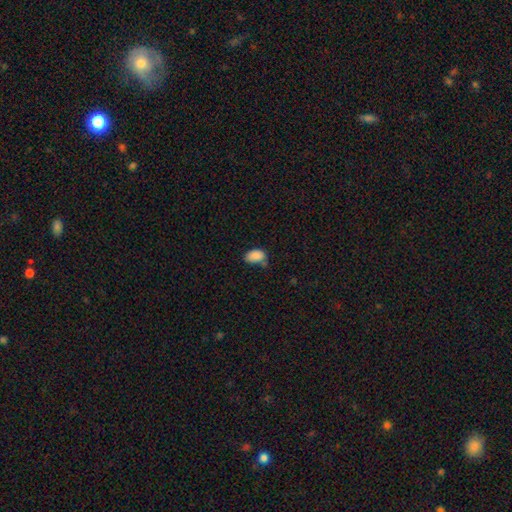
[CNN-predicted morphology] type=smooth (87%); roundness=in between (89%); merging=none (54%).